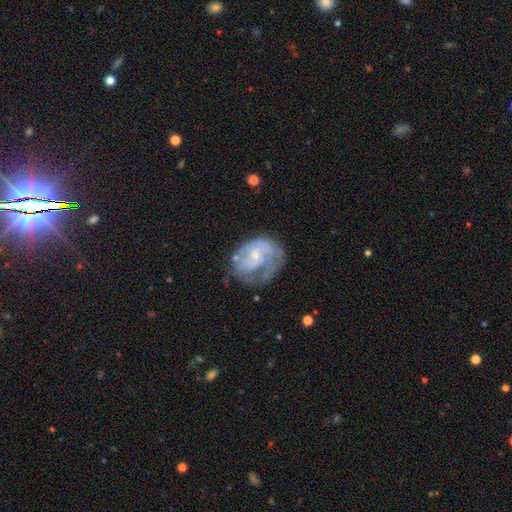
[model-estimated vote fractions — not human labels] smooth-or-featured: featured or disk: 73% | smooth: 20% | star or artifact: 7%
  disk-edge-on: no: 98% | yes: 2%
    bar: no: 66% | weak: 30% | strong: 4%
    has-spiral-arms: yes: 79% | no: 21%
      spiral-winding: tight: 43% | medium: 39% | loose: 18%
      spiral-arm-count: 2: 37% | can't tell: 31% | 1: 20% | 3: 8% | 4: 2% | more than 4: 2%
    bulge-size: small: 66% | moderate: 26% | none: 5% | large: 2% | dominant: 1%
  merging: none: 43% | major disturbance: 27% | minor disturbance: 27% | merger: 3%